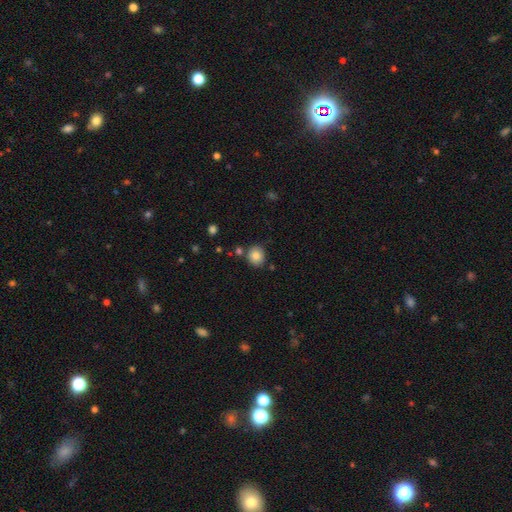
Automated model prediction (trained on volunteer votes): smooth 85%, star or artifact 9%, featured or disk 6%. Down the decision tree: how rounded — round (78%); merging — none (80%).